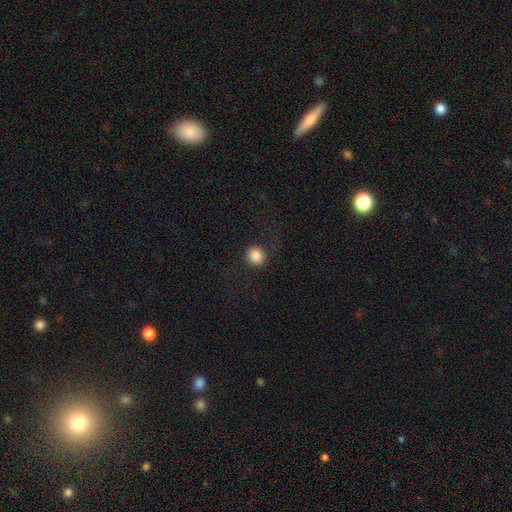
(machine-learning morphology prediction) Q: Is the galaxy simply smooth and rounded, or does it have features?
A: smooth — 86%.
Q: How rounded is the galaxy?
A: round — 89%.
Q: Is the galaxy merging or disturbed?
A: none — 87%.